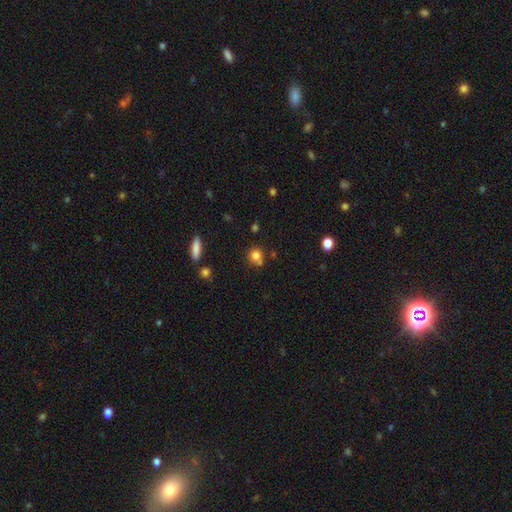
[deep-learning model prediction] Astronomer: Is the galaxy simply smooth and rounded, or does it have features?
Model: smooth — 79%.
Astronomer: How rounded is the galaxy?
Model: round — 81%.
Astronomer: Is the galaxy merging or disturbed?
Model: none — 64%.